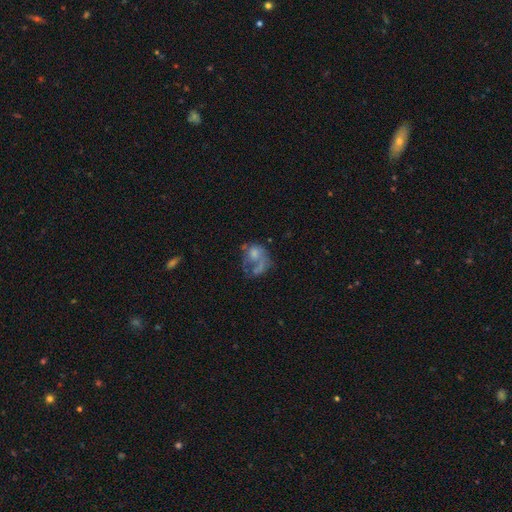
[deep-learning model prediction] This is possibly a featured or disk galaxy (49%). Merging: marginally major disturbance (42%).